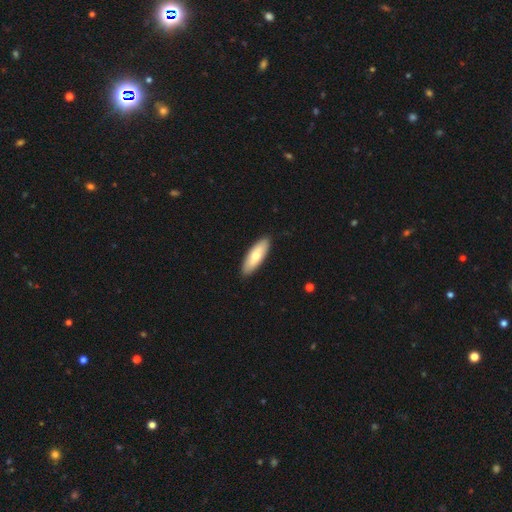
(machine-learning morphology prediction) smooth 69%, featured or disk 26%, star or artifact 5%. Down the decision tree: how rounded — in between (61%); merging — none (90%).